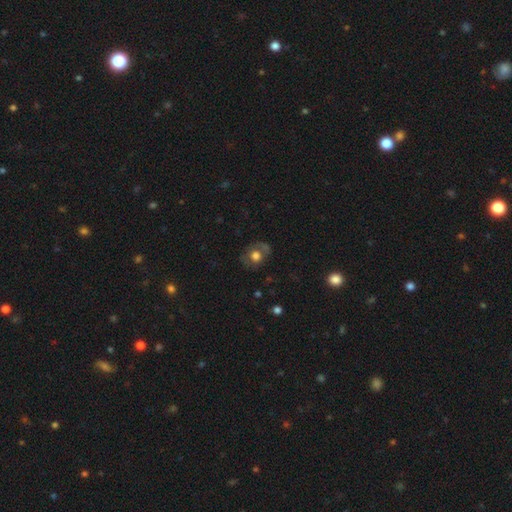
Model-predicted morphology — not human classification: Overall: smooth (57%; featured or disk 33%). How rounded: round (65%; in between 33%). Merging: none (67%).